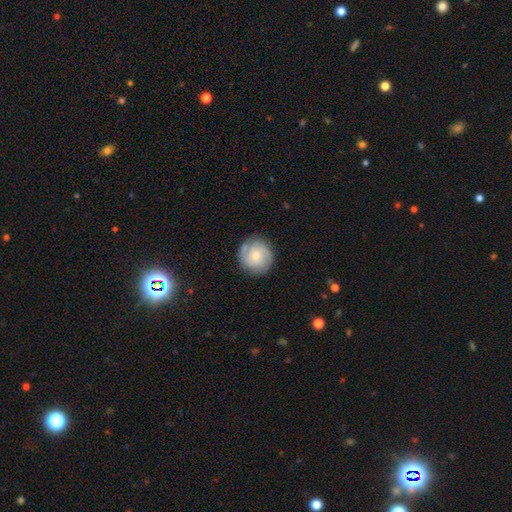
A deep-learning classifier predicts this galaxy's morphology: Q: Smooth or featured?
A: featured or disk (51%); runner-up: smooth (42%)
Q: Edge-on disk?
A: no (98%); runner-up: yes (2%)
Q: Merging?
A: none (84%); runner-up: minor disturbance (11%)